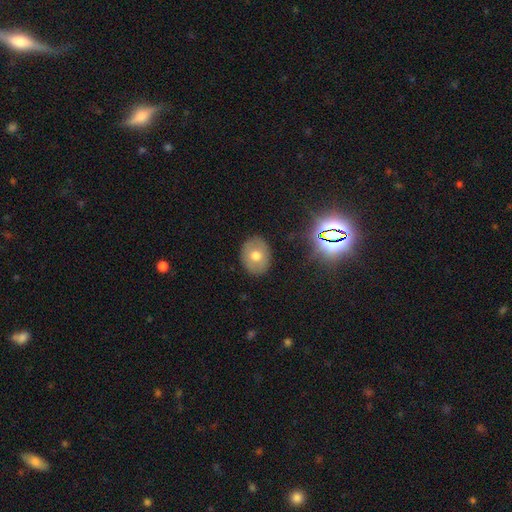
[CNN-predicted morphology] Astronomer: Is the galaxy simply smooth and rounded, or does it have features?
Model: smooth — 65%.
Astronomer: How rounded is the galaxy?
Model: in between — 50% (runner-up: round, 49%).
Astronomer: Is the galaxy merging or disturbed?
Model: none — 86%.